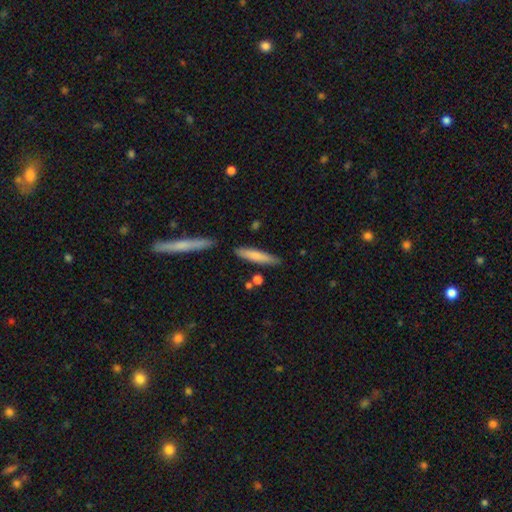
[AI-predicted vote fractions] smooth-or-featured: smooth: 75% | featured or disk: 19% | star or artifact: 6%
  how-rounded: cigar-shaped: 84% | in between: 15% | round: 1%
  merging: none: 81% | minor disturbance: 11% | merger: 6% | major disturbance: 2%